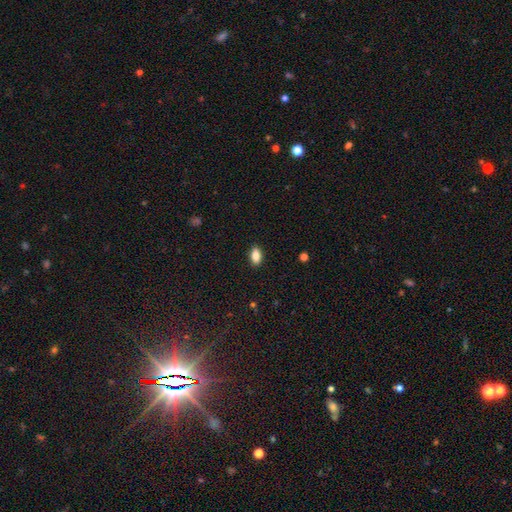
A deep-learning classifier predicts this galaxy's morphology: This is clearly a smooth galaxy (86%). How rounded: clearly in between (90%). Merging: clearly none (89%).